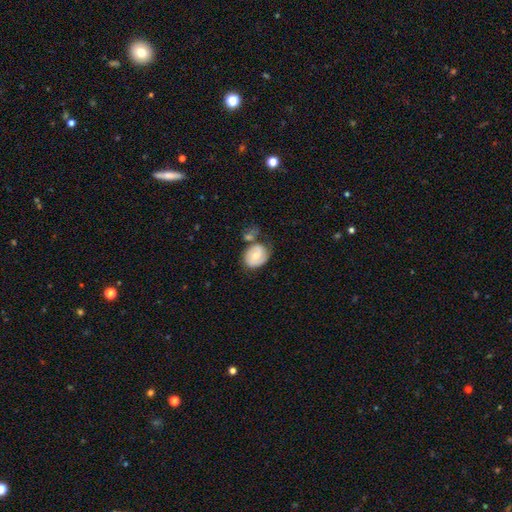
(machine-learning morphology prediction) smooth-or-featured: smooth: 48% | featured or disk: 46% | star or artifact: 7%
  merging: none: 41% | minor disturbance: 24% | merger: 22% | major disturbance: 12%